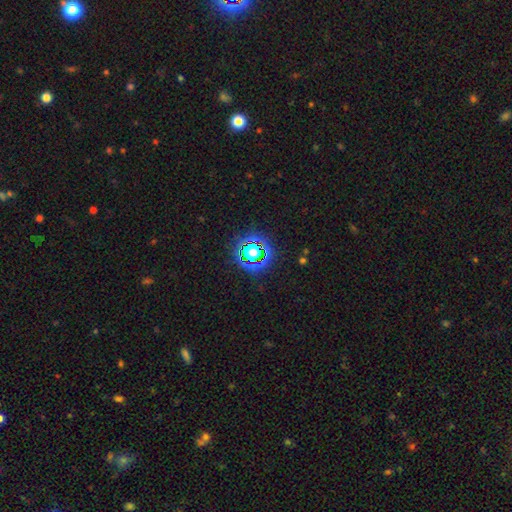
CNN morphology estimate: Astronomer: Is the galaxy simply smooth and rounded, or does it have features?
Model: star or artifact — 76%.